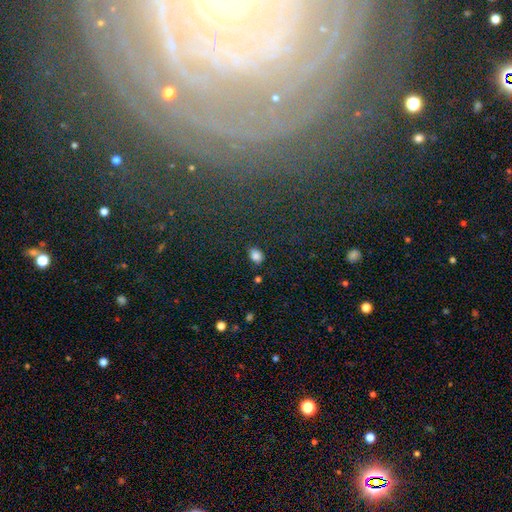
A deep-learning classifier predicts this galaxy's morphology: Smooth or featured: smooth — 84% (star or artifact — 11%)
How rounded: in between — 73% (round — 25%)
Merging: none — 81% (minor disturbance — 13%)